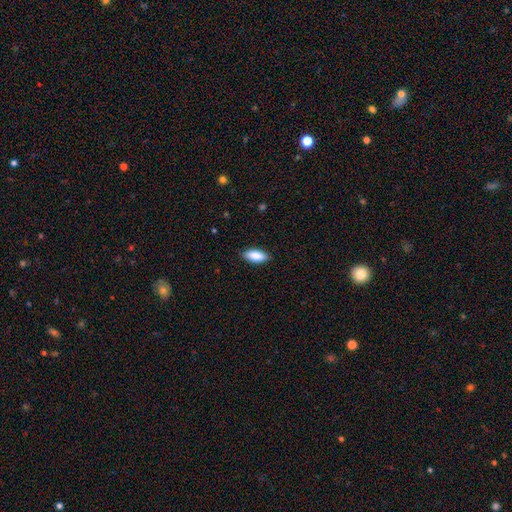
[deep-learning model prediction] Smooth or featured: smooth — 87% (featured or disk — 7%)
How rounded: in between — 84% (cigar-shaped — 13%)
Merging: none — 88% (minor disturbance — 9%)